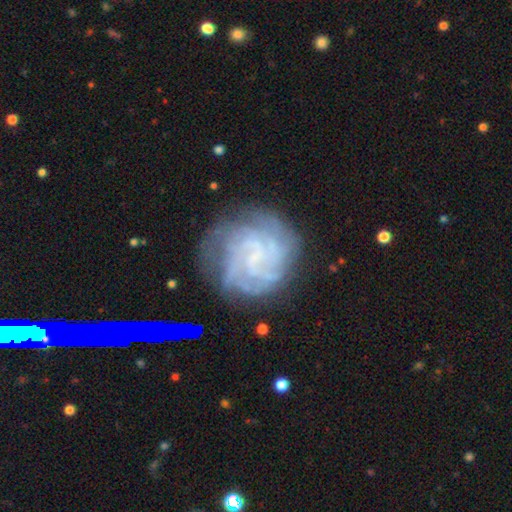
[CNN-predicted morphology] This is likely a featured or disk galaxy (75%). It is clearly not viewed edge-on (97%). Bar: possibly no (52%). Spiral arm pattern: clearly yes (90%). Spiral arm count: marginally can't tell (38%). Spiral winding: likely tight (60%). Central bulge: possibly none (50%). Merging: likely none (64%).